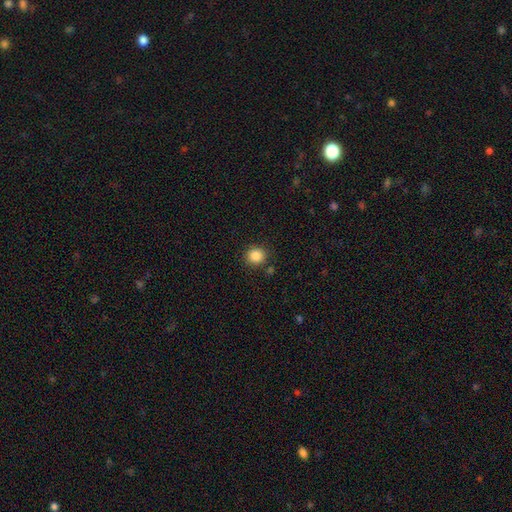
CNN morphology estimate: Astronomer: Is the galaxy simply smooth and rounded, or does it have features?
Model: smooth — 86%.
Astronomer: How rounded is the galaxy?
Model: round — 89%.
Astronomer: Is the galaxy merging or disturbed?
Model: none — 87%.